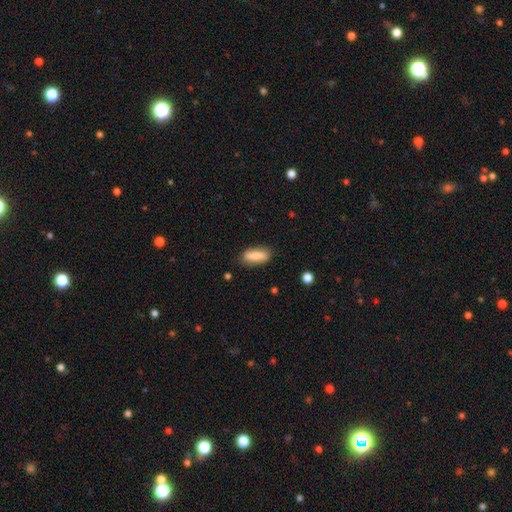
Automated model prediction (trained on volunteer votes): smooth 77%, featured or disk 17%, star or artifact 6%. Down the decision tree: how rounded — in between (71%); merging — none (81%).